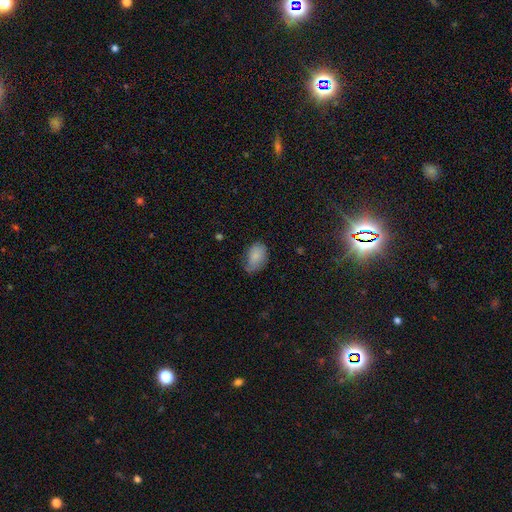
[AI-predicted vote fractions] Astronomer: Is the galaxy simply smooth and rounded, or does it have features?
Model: smooth — 82%.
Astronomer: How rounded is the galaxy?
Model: in between — 88%.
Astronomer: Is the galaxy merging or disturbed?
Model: none — 53% (runner-up: minor disturbance, 35%).